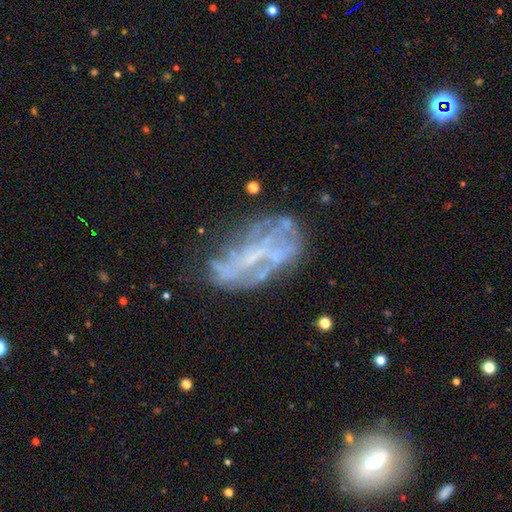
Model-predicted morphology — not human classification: Smooth or featured? Predicted: featured or disk (p=0.68). Edge-on disk? Predicted: no (p=0.94). Bar? Predicted: no (p=0.60). Spiral arms? Predicted: no (p=0.59). Bulge size? Predicted: none (p=0.59). Merging? Predicted: none (p=0.52).